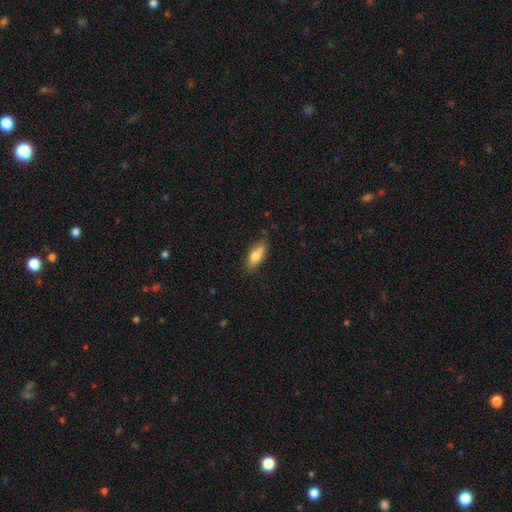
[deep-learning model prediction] This is likely a smooth galaxy (73%). How rounded: likely in between (74%). Merging: likely none (71%).